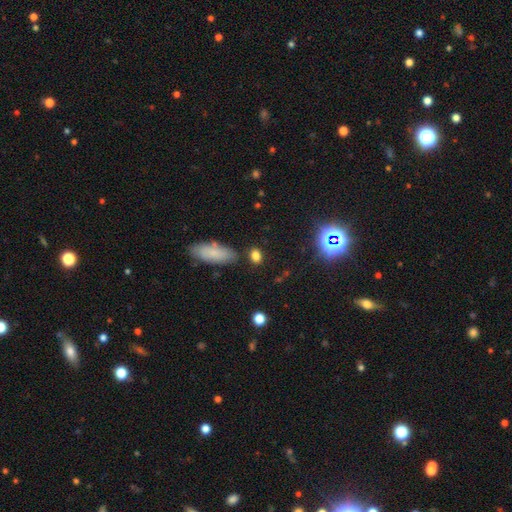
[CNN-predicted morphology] Smooth or featured? smooth (78%)
How rounded? in between (64%)
Merging? none (78%)